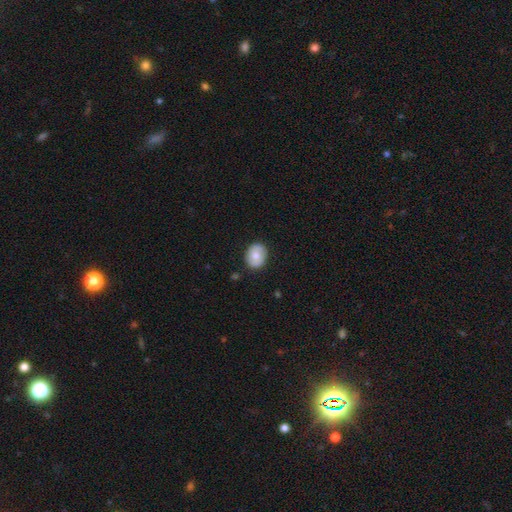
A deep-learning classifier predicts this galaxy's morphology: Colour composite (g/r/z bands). It shows a smooth galaxy with no disk features (67%) that is round (54%). Merging: none (86%).